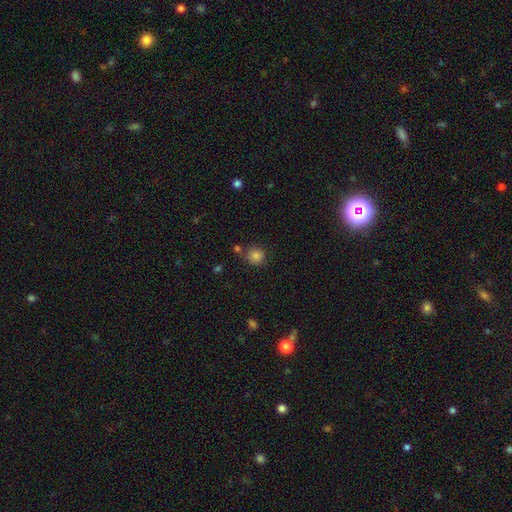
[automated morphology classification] smooth 83%, star or artifact 12%, featured or disk 5%. Down the decision tree: how rounded — round (89%); merging — none (71%).